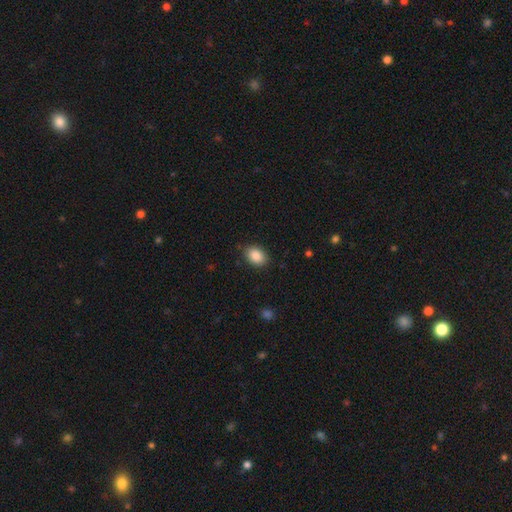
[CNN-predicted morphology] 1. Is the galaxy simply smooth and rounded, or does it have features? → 88% smooth, 8% star or artifact, 4% featured or disk.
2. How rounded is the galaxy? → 73% in between, 26% round, 1% cigar-shaped.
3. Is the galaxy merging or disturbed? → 85% none, 11% minor disturbance, 3% major disturbance, 1% merger.